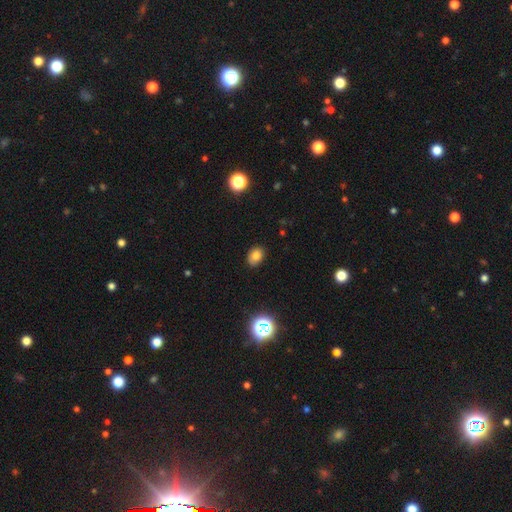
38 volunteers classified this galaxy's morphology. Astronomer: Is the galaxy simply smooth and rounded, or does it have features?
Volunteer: smooth — 79%.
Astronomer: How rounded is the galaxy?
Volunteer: in between — 63%.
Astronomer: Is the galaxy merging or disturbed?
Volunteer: none — 94%.